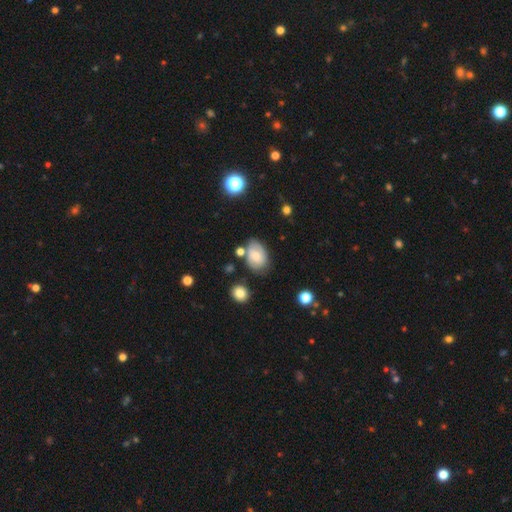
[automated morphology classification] A smooth galaxy with no disk features (62%) that is in between round and cigar-shaped (81%).

Vote fractions:
- Smooth or featured? smooth: 62% / featured or disk: 29% / star or artifact: 9%
- How rounded? in between: 81% / round: 18% / cigar-shaped: 1%
- Merging? none: 60% / minor disturbance: 24% / merger: 8% / major disturbance: 7%